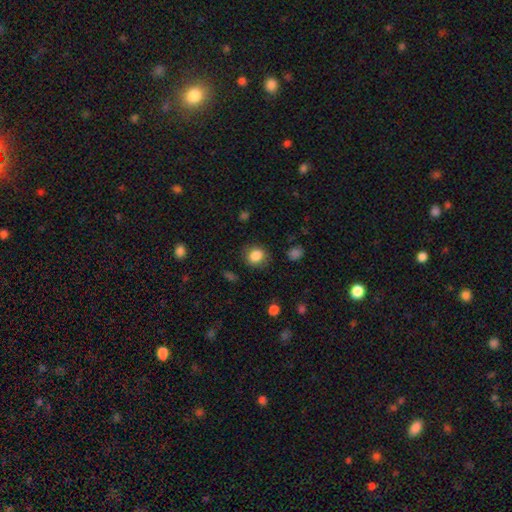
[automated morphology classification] Smooth or featured?
  - smooth: 85% *
  - star or artifact: 10%
  - featured or disk: 5%
How rounded?
  - round: 72% *
  - in between: 27%
  - cigar-shaped: 1%
Merging?
  - none: 81% *
  - minor disturbance: 13%
  - major disturbance: 5%
  - merger: 1%